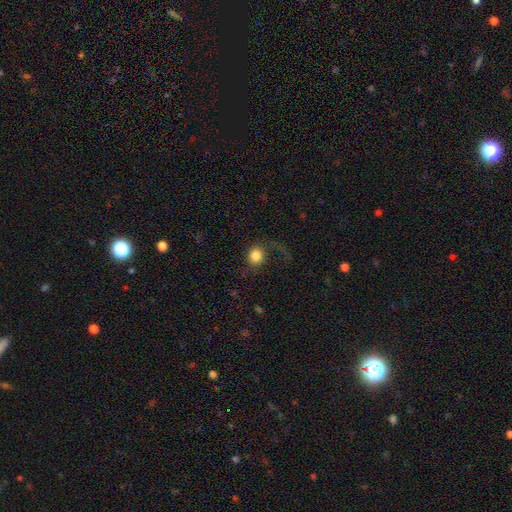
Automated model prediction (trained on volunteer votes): A smooth galaxy with no disk features (79%) that is round (83%).

Vote fractions:
- Smooth or featured? smooth: 79% / featured or disk: 12% / star or artifact: 9%
- How rounded? round: 83% / in between: 16% / cigar-shaped: 1%
- Merging? none: 50% / major disturbance: 31% / minor disturbance: 16% / merger: 3%